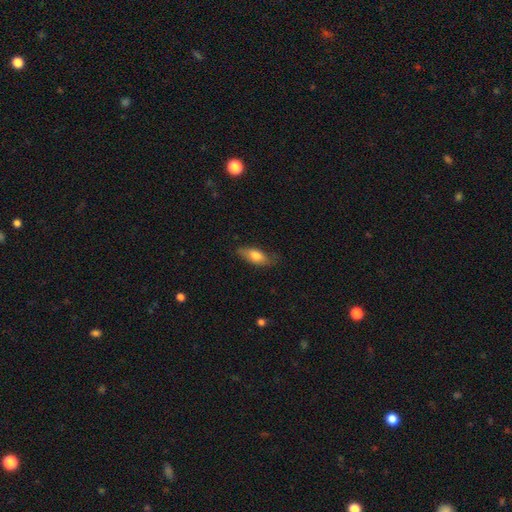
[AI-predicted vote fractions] This is likely a smooth galaxy (73%). How rounded: likely in between (76%). Merging: likely none (71%).